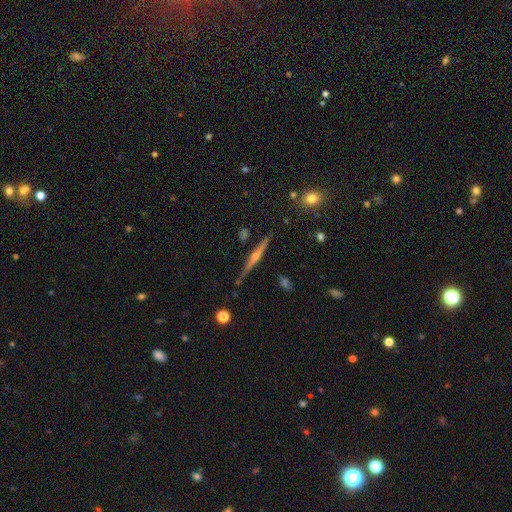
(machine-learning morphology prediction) This appears to be a featured or disk galaxy (80%) viewed edge-on (98%) with a rounded central bulge (88%). Merging: none (87%).